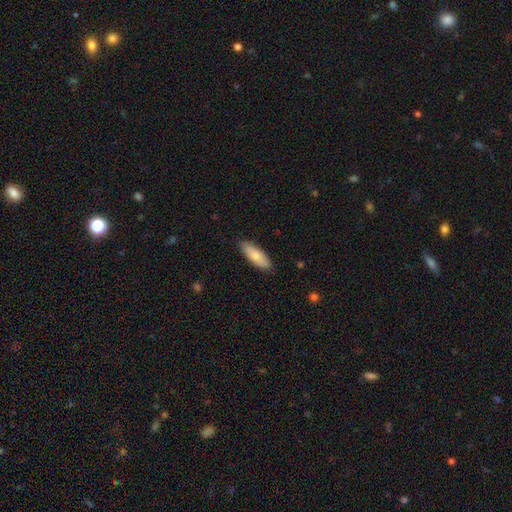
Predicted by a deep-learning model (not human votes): Overall: smooth (78%). How rounded: in between (64%; cigar-shaped 34%). Merging: none (88%).